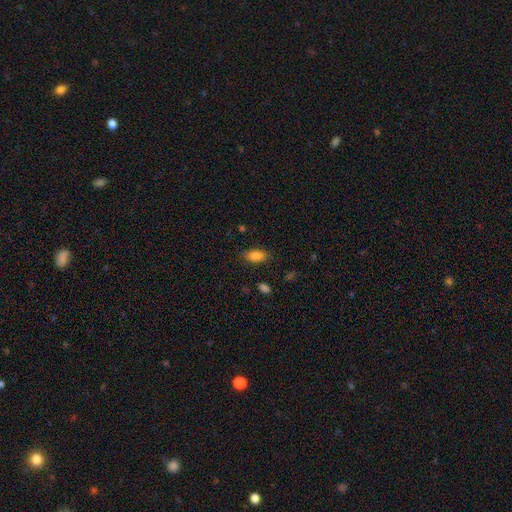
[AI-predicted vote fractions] Morphology: type=smooth (84%); roundness=in between (89%); merging=none (84%).